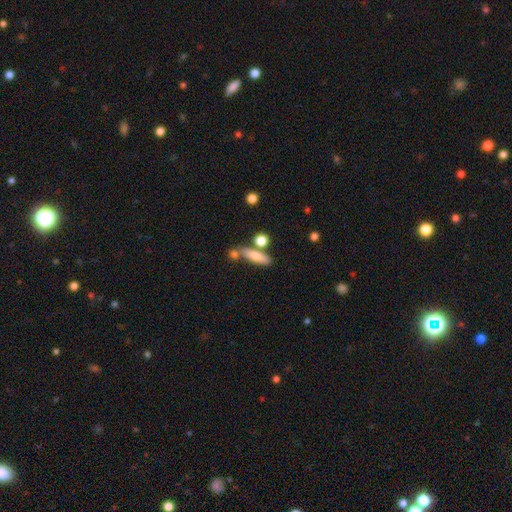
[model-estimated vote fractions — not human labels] Morphology: type=smooth (76%); roundness=cigar-shaped (56%); merging=none (61%).